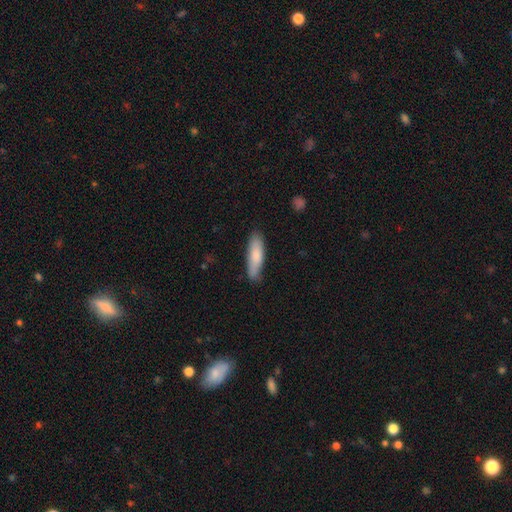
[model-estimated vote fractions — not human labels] This is clearly a smooth galaxy (82%). How rounded: likely cigar-shaped (61%). Merging: clearly none (80%).